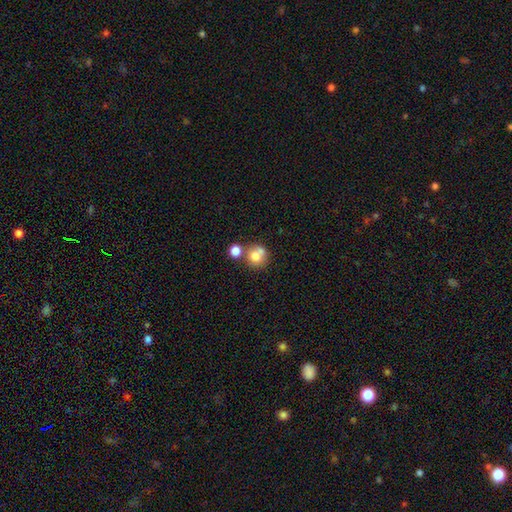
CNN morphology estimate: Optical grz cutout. It shows a smooth galaxy with no disk features (72%) that is round (86%). Merging: none (46%).